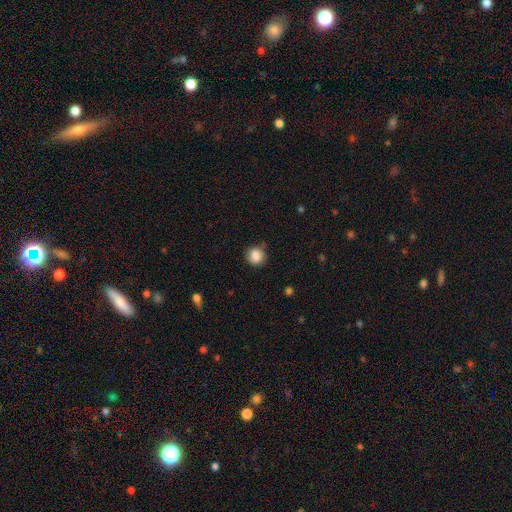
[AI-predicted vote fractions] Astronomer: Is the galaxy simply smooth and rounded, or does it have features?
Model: smooth — 87%.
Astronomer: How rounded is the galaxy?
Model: round — 88%.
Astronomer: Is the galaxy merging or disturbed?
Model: none — 80%.